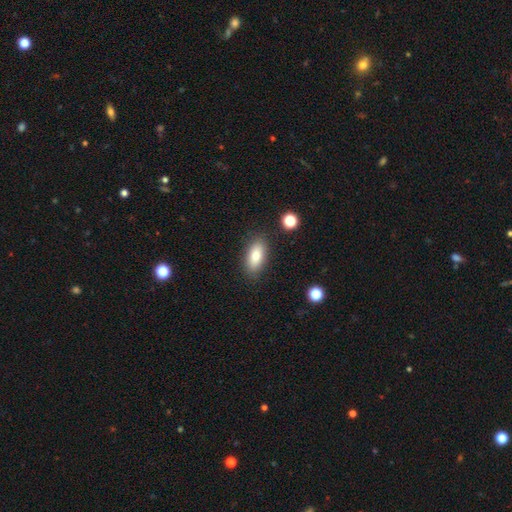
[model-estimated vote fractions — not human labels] This appears to be a smooth galaxy with no disk features (81%) that is in between round and cigar-shaped (85%). Merging: none (85%).